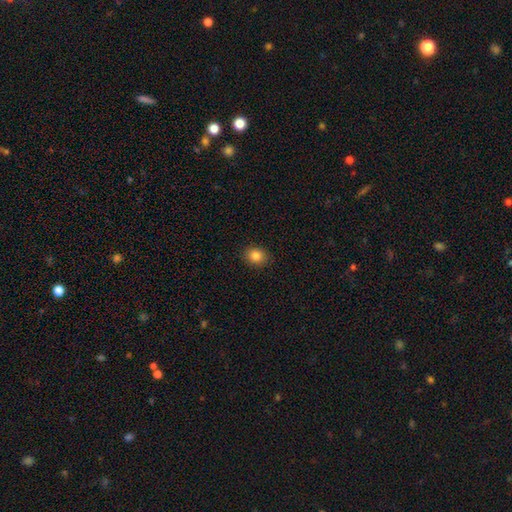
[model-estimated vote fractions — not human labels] This appears to be a smooth galaxy with no disk features (84%) that is round (65%). Merging: none (90%).